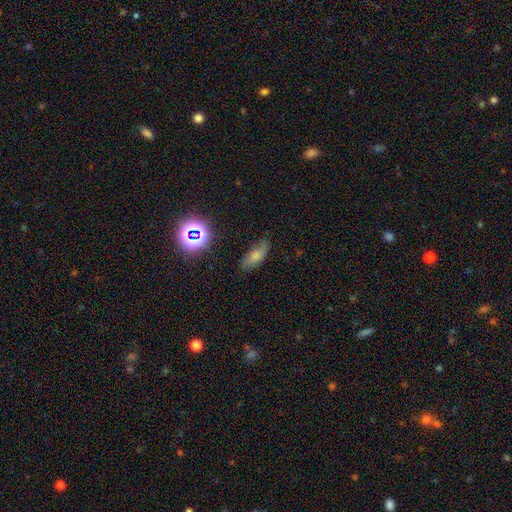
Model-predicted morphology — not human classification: Smooth or featured? Predicted: smooth (p=0.65). How rounded? Predicted: in between (p=0.75). Merging? Predicted: none (p=0.70).